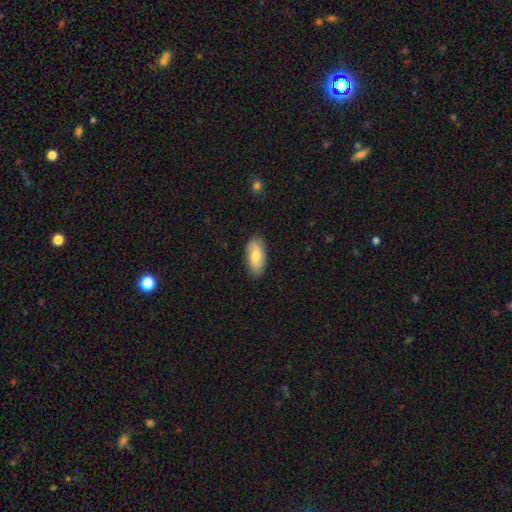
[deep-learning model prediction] smooth 66%, featured or disk 29%, star or artifact 6%. Down the decision tree: how rounded — in between (91%); merging — none (86%).